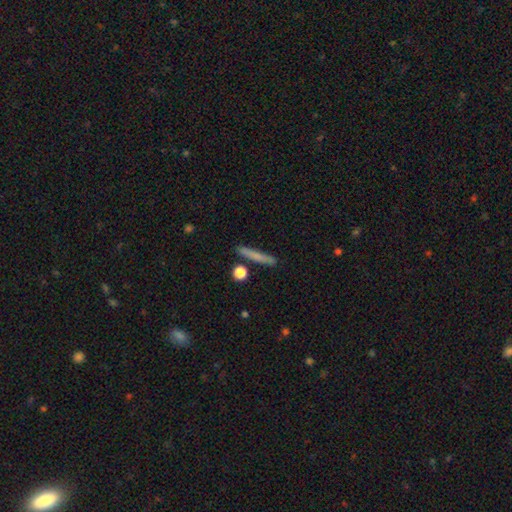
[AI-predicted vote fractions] This appears to be a smooth galaxy with no disk features (71%) that is cigar-shaped (93%). Merging: none (85%).